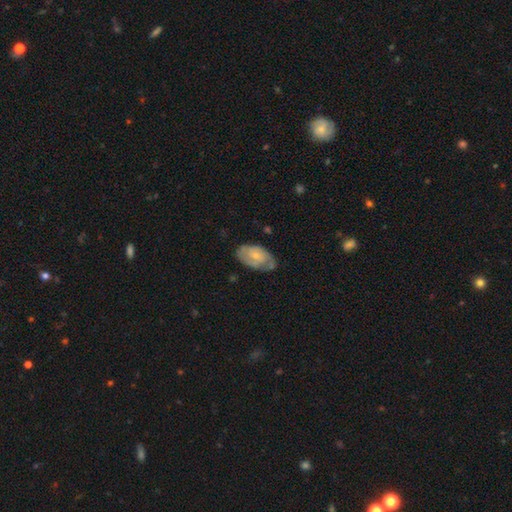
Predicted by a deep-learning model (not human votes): Q: Smooth or featured?
A: featured or disk (53%); runner-up: smooth (42%)
Q: Edge-on disk?
A: no (94%); runner-up: yes (6%)
Q: Merging?
A: none (61%); runner-up: minor disturbance (29%)